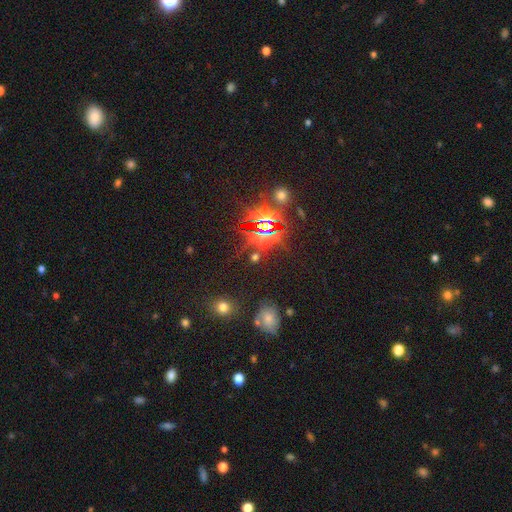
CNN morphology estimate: Smooth or featured? star or artifact (79%)